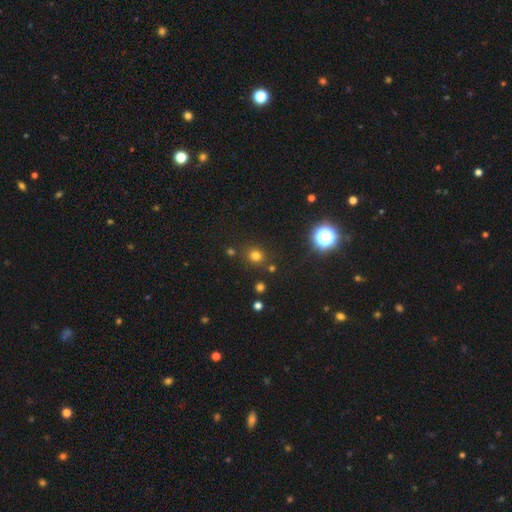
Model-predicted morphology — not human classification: Smooth or featured: smooth — 72% (star or artifact — 22%)
How rounded: round — 82% (in between — 17%)
Merging: none — 83% (minor disturbance — 9%)